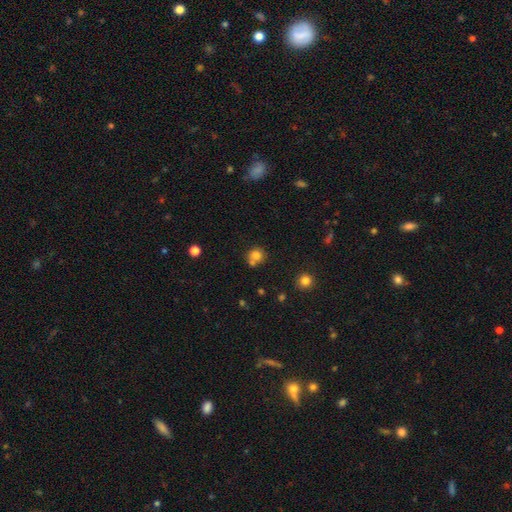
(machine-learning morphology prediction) type=smooth (78%); roundness=round (86%); merging=none (57%).